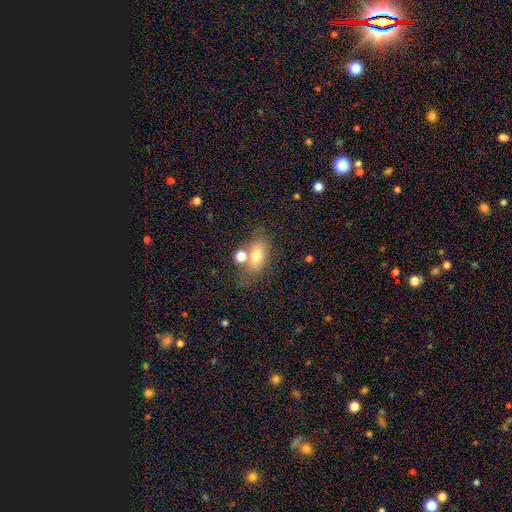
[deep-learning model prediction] Smooth or featured? Predicted: smooth (p=0.69). How rounded? Predicted: in between (p=0.80). Merging? Predicted: none (p=0.52).